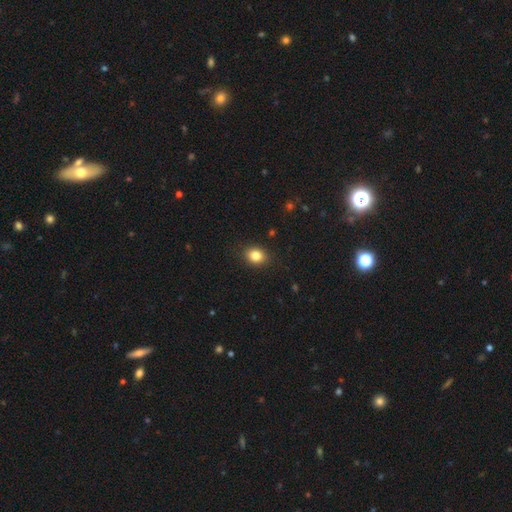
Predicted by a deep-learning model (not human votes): Smooth or featured? Predicted: smooth (p=0.84). How rounded? Predicted: round (p=0.50). Merging? Predicted: none (p=0.89).